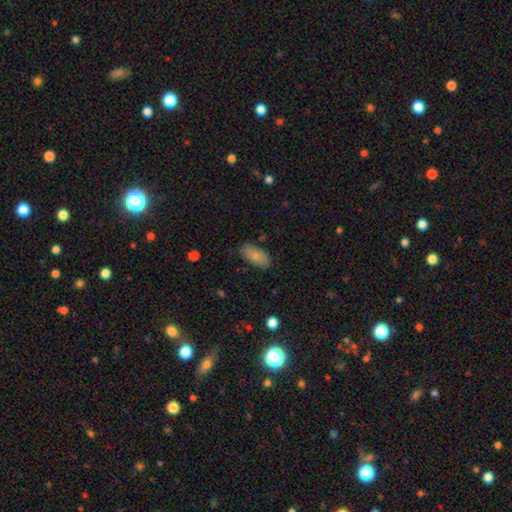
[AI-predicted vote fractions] The model was most divided on "merging": none: 84%, minor disturbance: 12%, major disturbance: 3%, merger: 1%. More confident: how rounded — in between (90%); smooth or featured — smooth (84%).